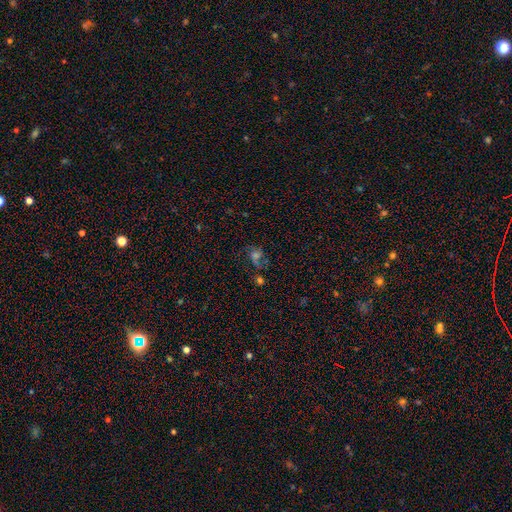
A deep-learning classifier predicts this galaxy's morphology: Smooth or featured? Predicted: featured or disk (p=0.41). Merging? Predicted: none (p=0.46).